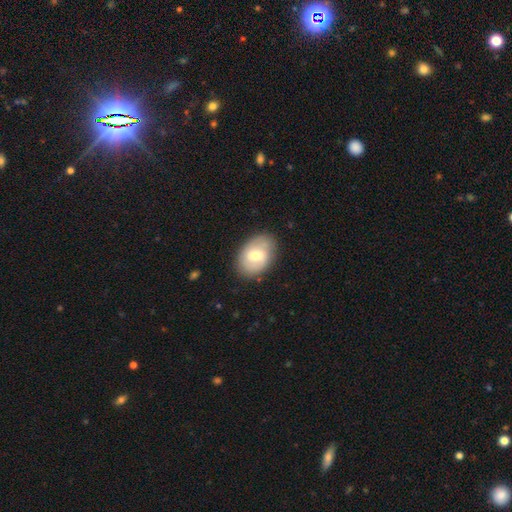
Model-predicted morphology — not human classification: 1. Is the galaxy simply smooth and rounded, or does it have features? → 60% smooth, 34% featured or disk, 7% star or artifact.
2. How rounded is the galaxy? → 79% in between, 20% round, 1% cigar-shaped.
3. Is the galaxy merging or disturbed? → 82% none, 14% minor disturbance, 3% major disturbance, 1% merger.